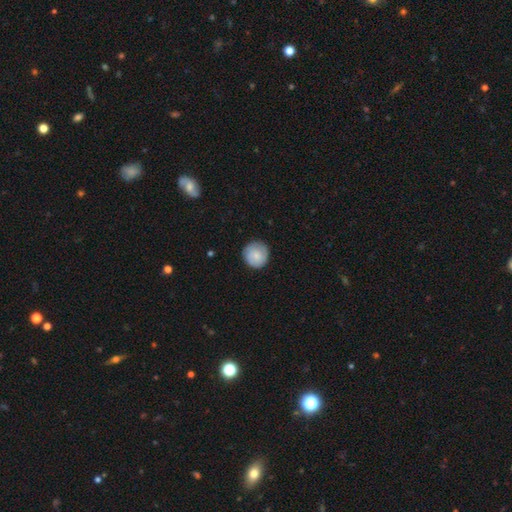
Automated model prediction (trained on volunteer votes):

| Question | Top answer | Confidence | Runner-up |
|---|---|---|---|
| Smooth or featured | smooth | 68% | featured or disk (25%) |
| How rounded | round | 93% | in between (6%) |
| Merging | none | 83% | minor disturbance (13%) |